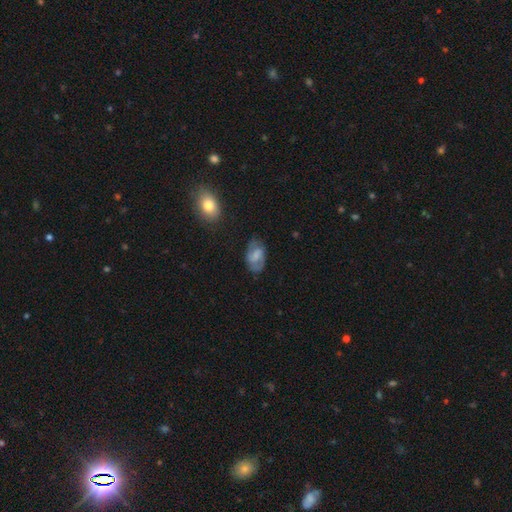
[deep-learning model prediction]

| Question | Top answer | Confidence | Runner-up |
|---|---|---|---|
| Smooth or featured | featured or disk | 55% | smooth (37%) |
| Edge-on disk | no | 96% | yes (4%) |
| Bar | weak | 51% | no (32%) |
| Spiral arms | yes | 81% | no (19%) |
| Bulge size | none | 34% | small (32%) |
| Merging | none | 69% | minor disturbance (22%) |